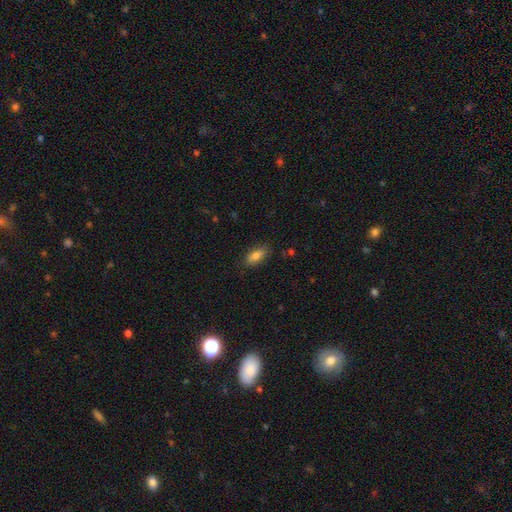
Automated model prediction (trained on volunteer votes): Smooth or featured? Predicted: smooth (p=0.82). How rounded? Predicted: in between (p=0.84). Merging? Predicted: none (p=0.84).